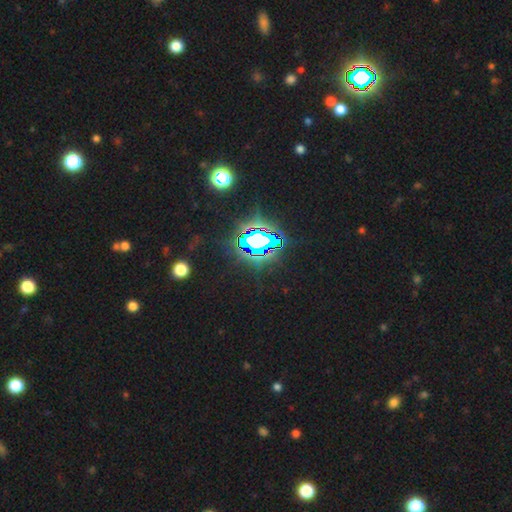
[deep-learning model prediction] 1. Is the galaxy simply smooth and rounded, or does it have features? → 84% star or artifact, 10% smooth, 6% featured or disk.